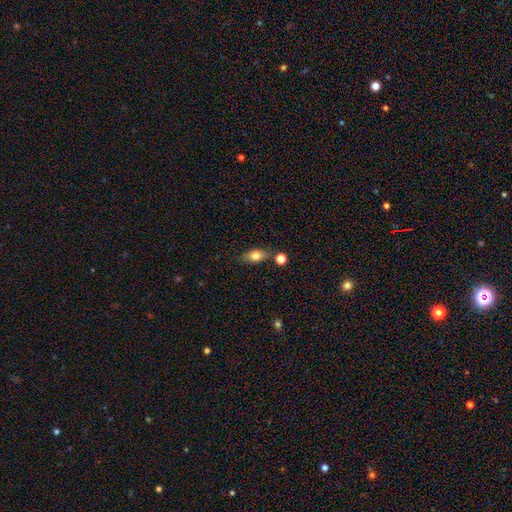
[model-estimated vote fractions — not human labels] A smooth galaxy with no disk features (75%) that is in between round and cigar-shaped (78%).

Vote fractions:
- Smooth or featured? smooth: 75% / featured or disk: 16% / star or artifact: 9%
- How rounded? in between: 78% / round: 12% / cigar-shaped: 10%
- Merging? none: 71% / minor disturbance: 15% / merger: 10% / major disturbance: 4%